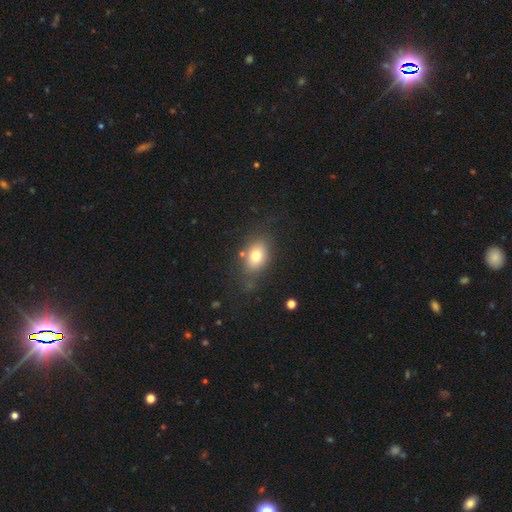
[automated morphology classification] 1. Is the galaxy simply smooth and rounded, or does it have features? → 74% smooth, 16% featured or disk, 11% star or artifact.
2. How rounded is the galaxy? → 71% in between, 28% round, 2% cigar-shaped.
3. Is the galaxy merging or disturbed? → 69% none, 19% minor disturbance, 8% major disturbance, 5% merger.